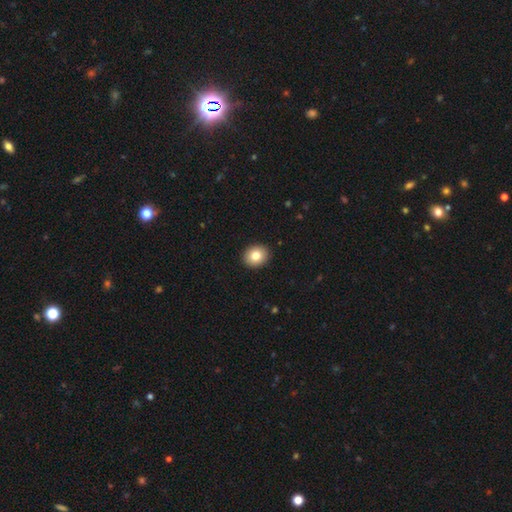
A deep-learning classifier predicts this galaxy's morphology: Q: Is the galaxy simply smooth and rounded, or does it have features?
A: smooth — 81%.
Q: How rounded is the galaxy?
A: round — 68%.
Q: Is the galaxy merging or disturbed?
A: none — 92%.